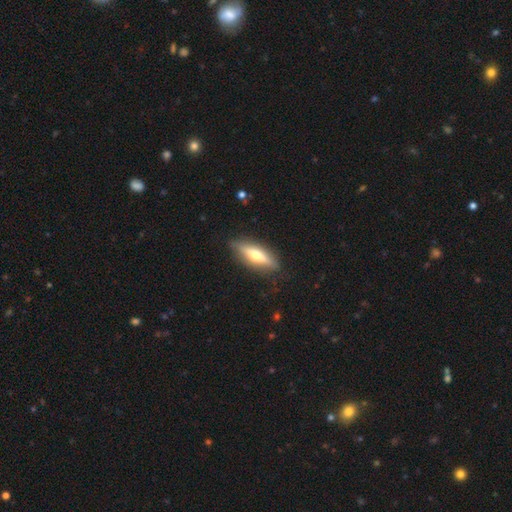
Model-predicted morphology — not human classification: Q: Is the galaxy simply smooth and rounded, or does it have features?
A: featured or disk — 50%.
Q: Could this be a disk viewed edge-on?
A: yes — 88%.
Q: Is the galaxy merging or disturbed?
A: none — 85%.